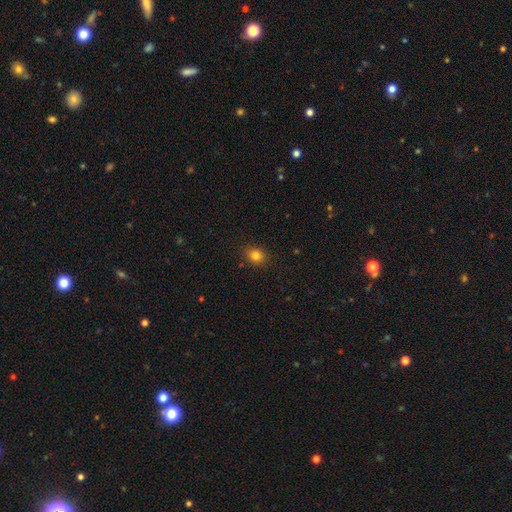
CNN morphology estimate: smooth 81%, star or artifact 13%, featured or disk 6%. Down the decision tree: how rounded — round (71%); merging — none (89%).